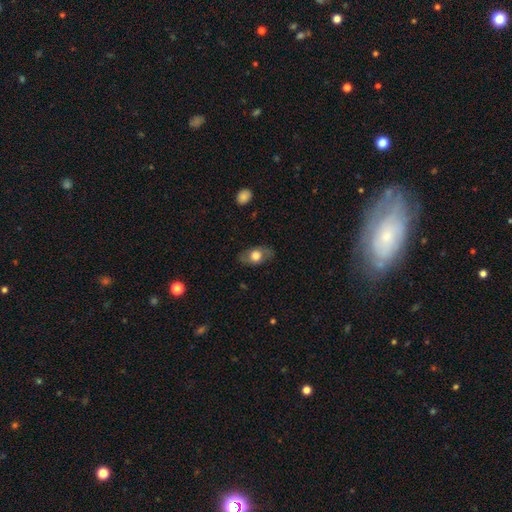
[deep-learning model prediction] smooth_or_featured: smooth (p=0.58) [alt: featured or disk p=0.35]
how_rounded: in between (p=0.78) [alt: round p=0.18]
merging: none (p=0.77) [alt: minor disturbance p=0.16]